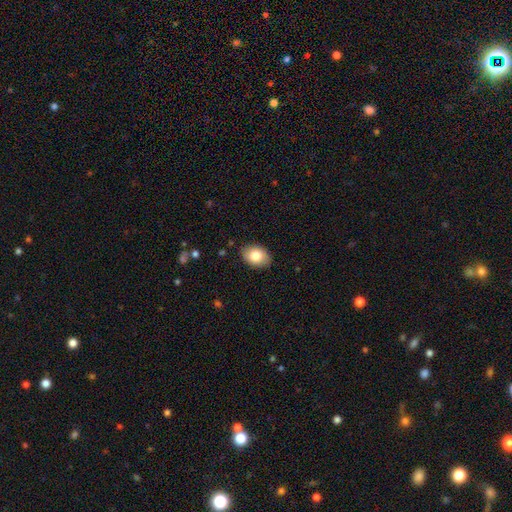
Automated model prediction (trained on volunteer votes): Smooth or featured? Predicted: smooth (p=0.82). How rounded? Predicted: in between (p=0.79). Merging? Predicted: none (p=0.87).